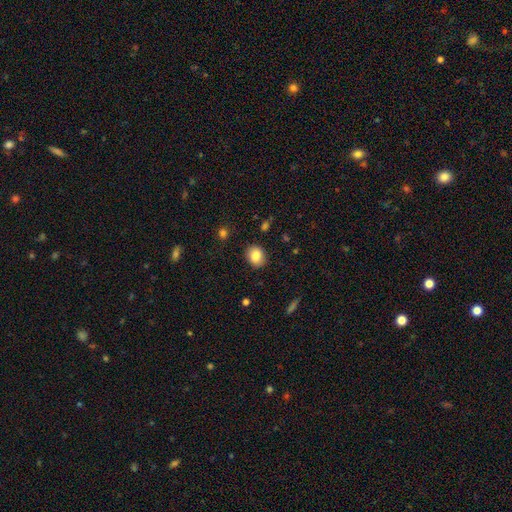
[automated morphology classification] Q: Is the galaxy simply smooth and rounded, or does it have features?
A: smooth — 85%.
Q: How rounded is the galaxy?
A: round — 59%.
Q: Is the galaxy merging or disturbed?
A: none — 88%.